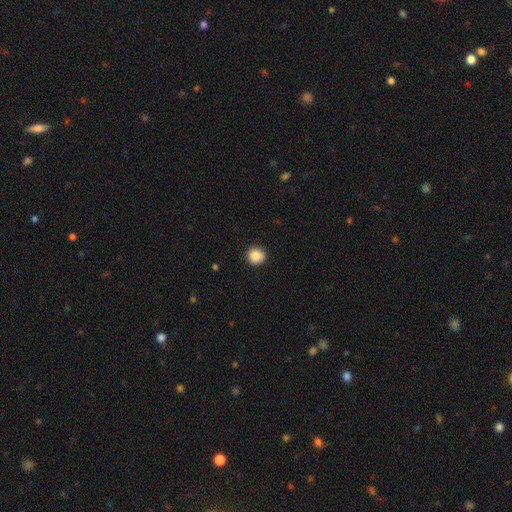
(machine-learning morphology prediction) Smooth or featured? Predicted: smooth (p=0.88). How rounded? Predicted: round (p=0.91). Merging? Predicted: none (p=0.90).